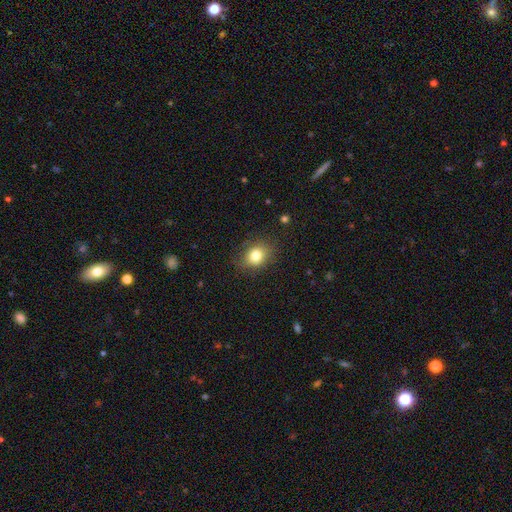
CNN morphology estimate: smooth-or-featured: smooth: 81% | star or artifact: 11% | featured or disk: 9%
  how-rounded: round: 53% | in between: 46% | cigar-shaped: 1%
  merging: none: 79% | minor disturbance: 15% | major disturbance: 5% | merger: 1%